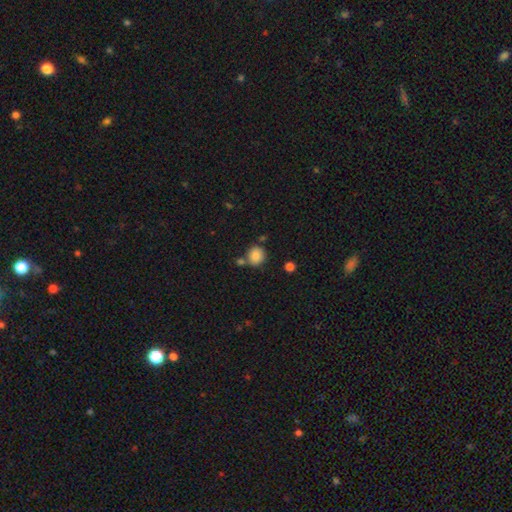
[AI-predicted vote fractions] A smooth galaxy with no disk features (85%) that is round (83%).

Vote fractions:
- Smooth or featured? smooth: 85% / star or artifact: 10% / featured or disk: 5%
- How rounded? round: 83% / in between: 16% / cigar-shaped: 1%
- Merging? none: 72% / merger: 13% / minor disturbance: 12% / major disturbance: 3%